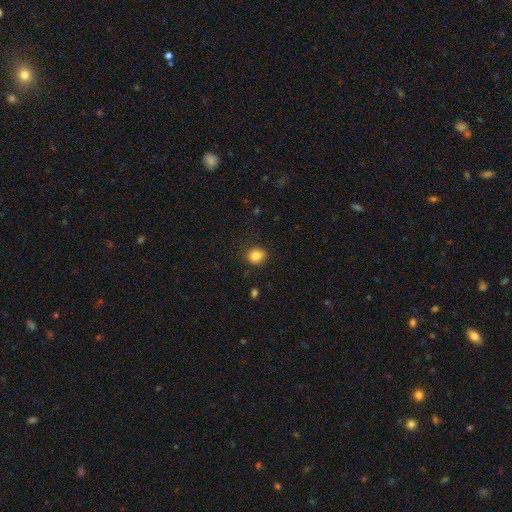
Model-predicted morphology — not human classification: type=smooth (84%); roundness=round (71%); merging=none (79%).